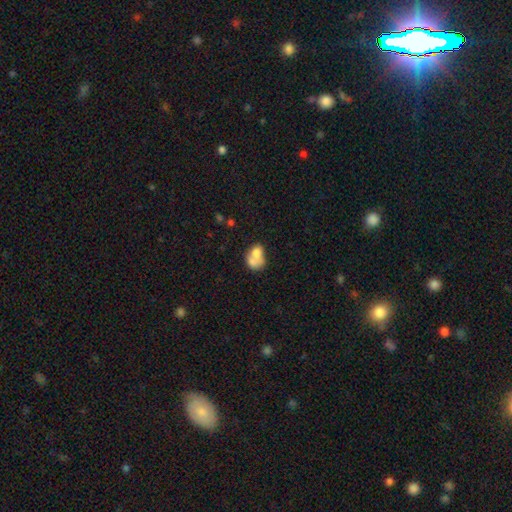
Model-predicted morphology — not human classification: Overall: smooth (67%). How rounded: in between (58%; round 41%). Merging: merger (67%).